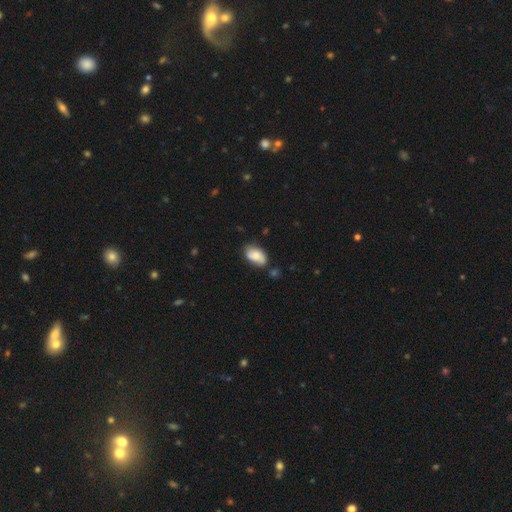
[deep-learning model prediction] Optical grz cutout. It shows a smooth galaxy with no disk features (65%) that is in between round and cigar-shaped (93%). Merging: none (66%).